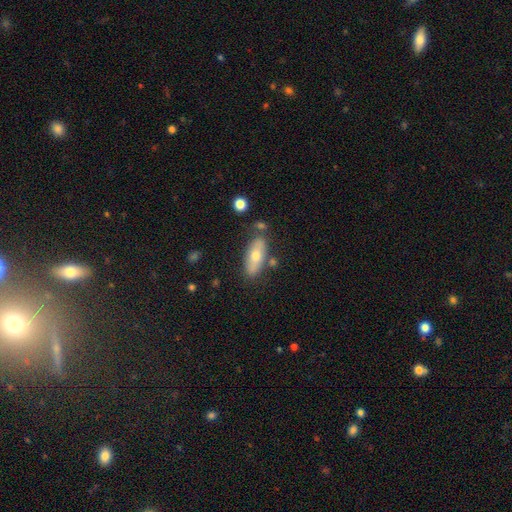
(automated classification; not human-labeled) Smooth or featured? smooth (60%)
How rounded? in between (74%)
Merging? none (74%)